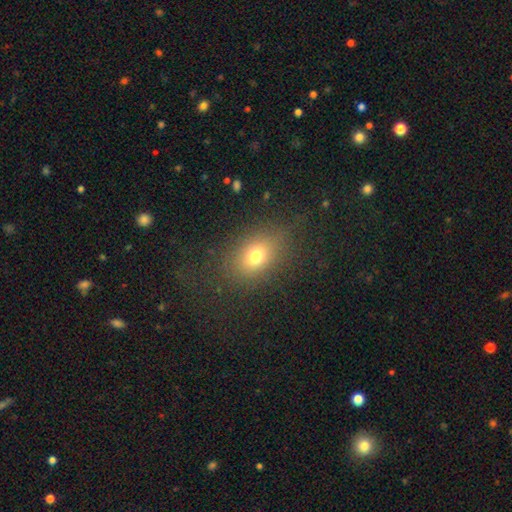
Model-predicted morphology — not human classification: The model was most divided on "how rounded": in between: 69%, round: 29%, cigar-shaped: 2%. More confident: merging — none (79%); smooth or featured — smooth (73%).